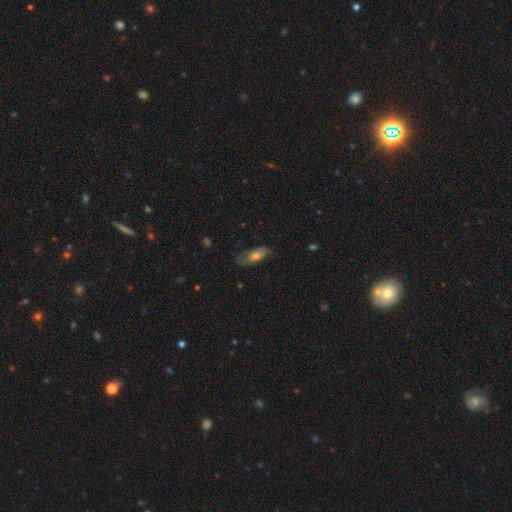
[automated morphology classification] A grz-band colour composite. It shows a smooth galaxy with no disk features (56%) that is in between round and cigar-shaped (71%). Merging: none (67%).